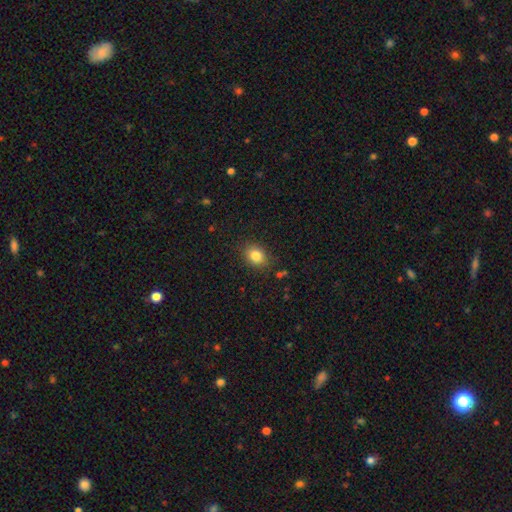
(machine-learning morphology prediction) Smooth or featured: smooth — 83% (star or artifact — 10%)
How rounded: in between — 53% (round — 46%)
Merging: none — 85% (minor disturbance — 10%)